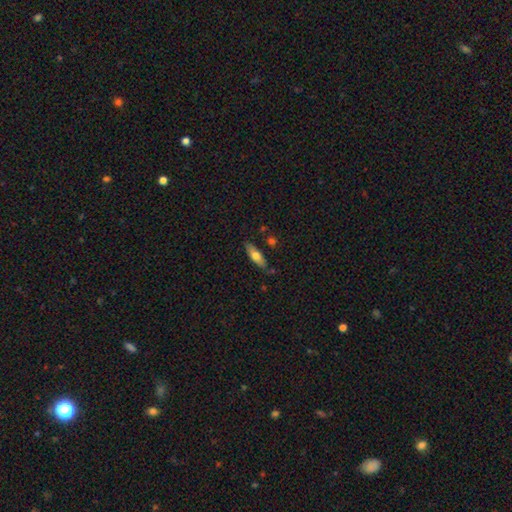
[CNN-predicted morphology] smooth 63%, featured or disk 31%, star or artifact 6%. Down the decision tree: how rounded — in between (50%); merging — none (81%).